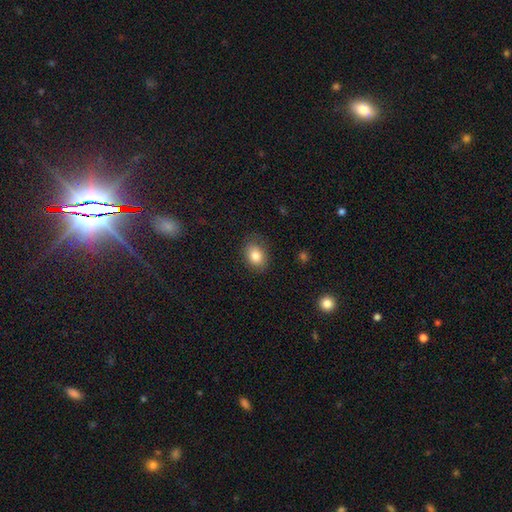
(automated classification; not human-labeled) Smooth or featured?
  - smooth: 82% *
  - featured or disk: 9%
  - star or artifact: 9%
How rounded?
  - in between: 69% *
  - round: 30%
  - cigar-shaped: 1%
Merging?
  - none: 80% *
  - minor disturbance: 14%
  - major disturbance: 4%
  - merger: 1%